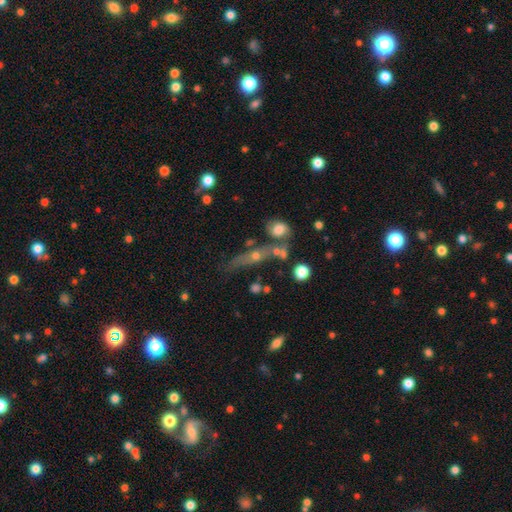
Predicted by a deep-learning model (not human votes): Morphology: type=featured or disk (50%); merging=none (51%).